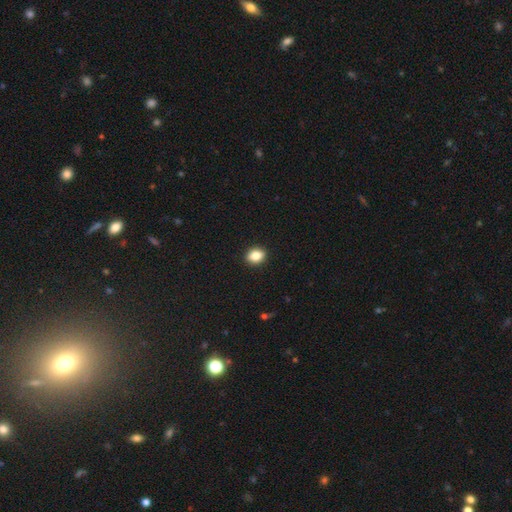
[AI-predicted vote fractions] Overall: smooth (85%). How rounded: in between (53%; round 46%). Merging: none (92%).